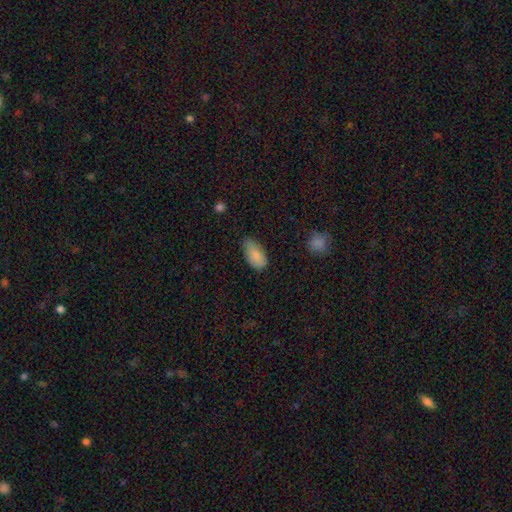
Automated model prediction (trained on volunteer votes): Smooth or featured: smooth — 86% (star or artifact — 7%)
How rounded: in between — 93% (cigar-shaped — 5%)
Merging: none — 65% (minor disturbance — 28%)